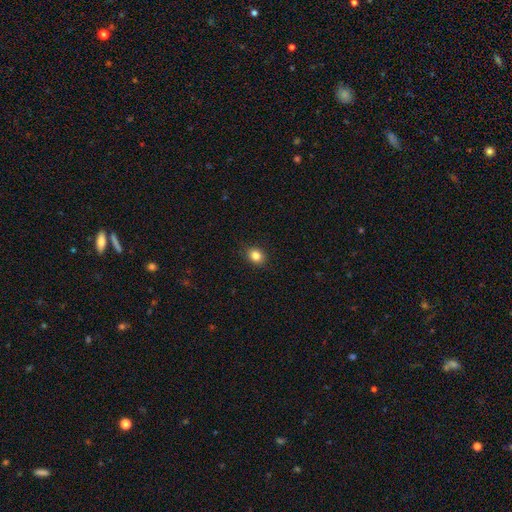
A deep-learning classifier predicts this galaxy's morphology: This is clearly a smooth galaxy (84%). How rounded: possibly round (57%). Merging: clearly none (89%).